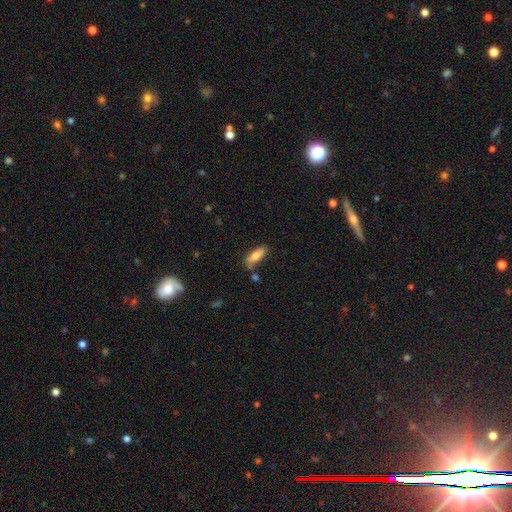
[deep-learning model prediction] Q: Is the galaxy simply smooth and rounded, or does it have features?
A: smooth — 71%.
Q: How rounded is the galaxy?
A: in between — 66%.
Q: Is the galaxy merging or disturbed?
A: none — 65%.